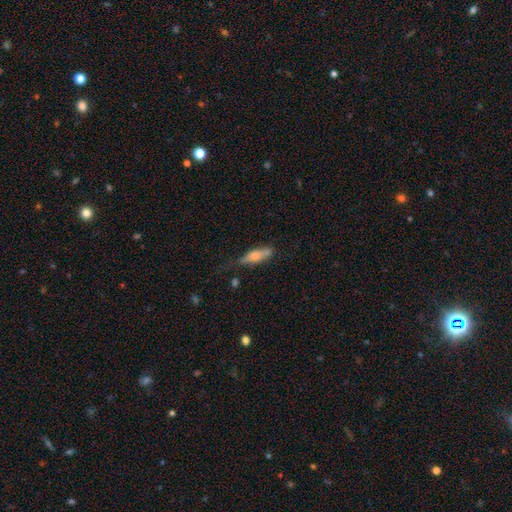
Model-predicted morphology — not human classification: Q: Smooth or featured?
A: smooth (67%); runner-up: featured or disk (26%)
Q: How rounded?
A: cigar-shaped (59%); runner-up: in between (38%)
Q: Merging?
A: none (54%); runner-up: minor disturbance (31%)